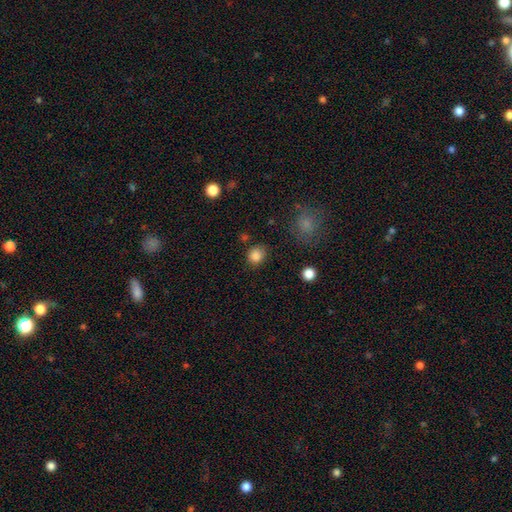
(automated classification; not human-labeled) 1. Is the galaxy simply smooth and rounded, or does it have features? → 85% smooth, 11% star or artifact, 4% featured or disk.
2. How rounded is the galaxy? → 75% round, 24% in between, 1% cigar-shaped.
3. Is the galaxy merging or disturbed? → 80% none, 14% minor disturbance, 4% major disturbance, 3% merger.